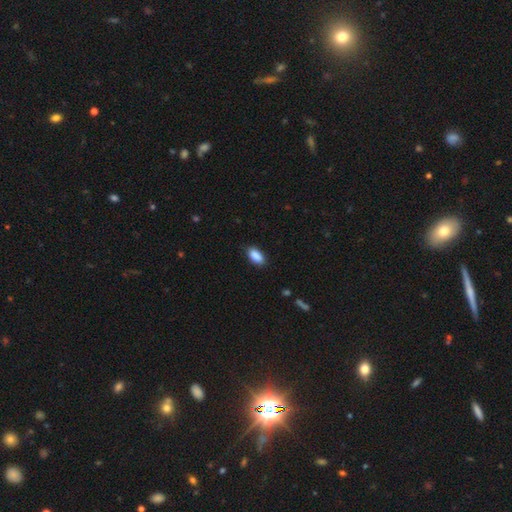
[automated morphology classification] Overall: smooth (89%). How rounded: in between (91%). Merging: none (85%).